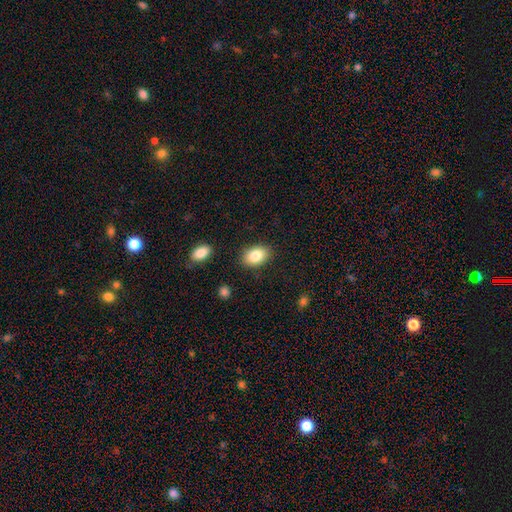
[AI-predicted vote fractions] This is clearly a smooth galaxy (84%). How rounded: clearly in between (85%). Merging: clearly none (87%).